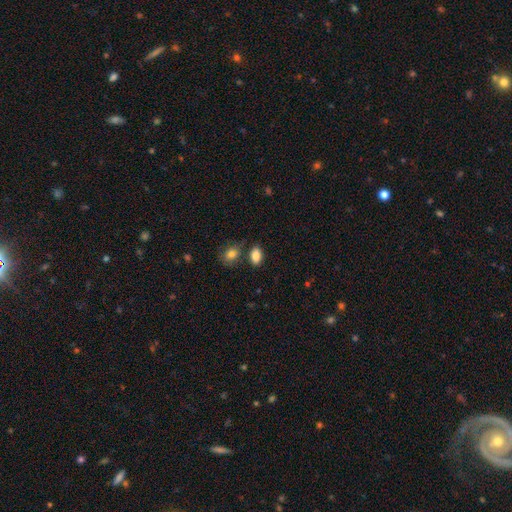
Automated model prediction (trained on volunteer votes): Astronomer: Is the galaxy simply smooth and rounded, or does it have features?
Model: smooth — 86%.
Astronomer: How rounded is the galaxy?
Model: in between — 90%.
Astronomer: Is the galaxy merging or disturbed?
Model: none — 72%.